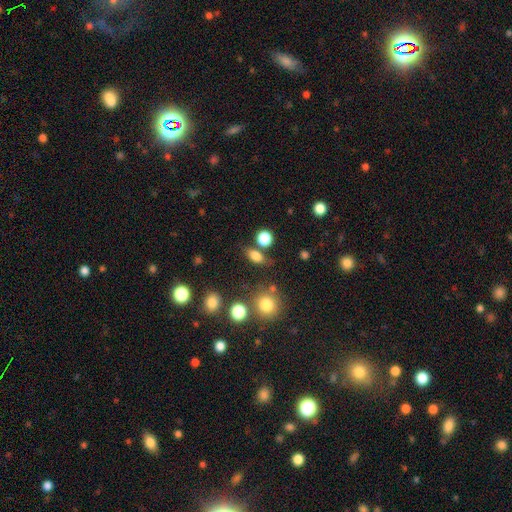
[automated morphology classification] type=smooth (79%); roundness=in between (71%); merging=none (67%).